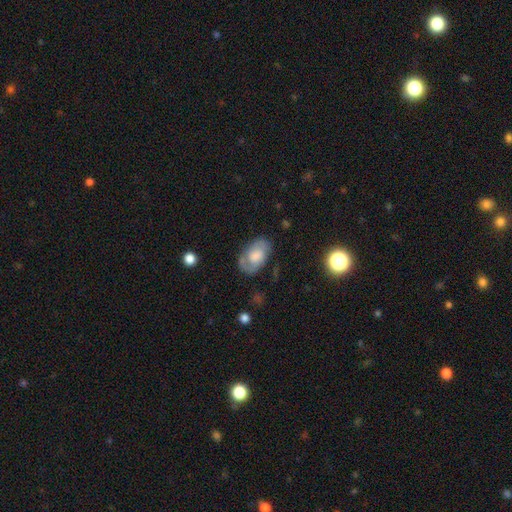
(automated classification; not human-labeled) The model was most divided on "smooth or featured": featured or disk: 52%, smooth: 41%, star or artifact: 7%. More confident: edge-on disk — no (95%); merging — none (69%).